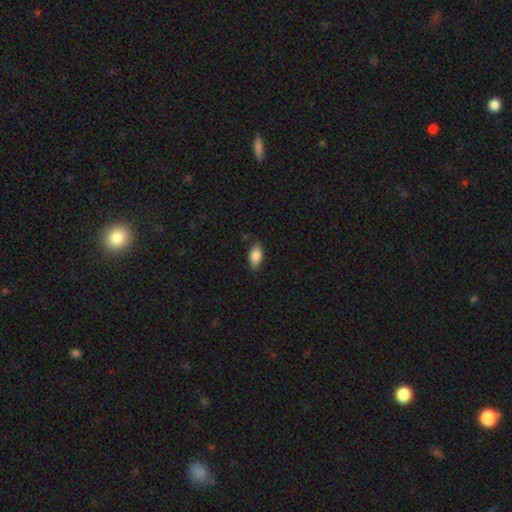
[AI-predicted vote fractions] smooth-or-featured: smooth: 86% | star or artifact: 7% | featured or disk: 7%
  how-rounded: in between: 91% | cigar-shaped: 6% | round: 3%
  merging: none: 85% | minor disturbance: 12% | major disturbance: 2% | merger: 1%